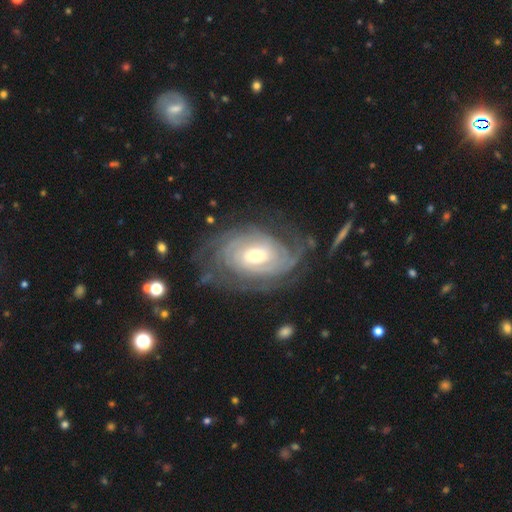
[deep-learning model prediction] Morphology: type=featured or disk (89%); edge-on=no (96%); bar=no (58%); spiral arms=yes (96%); winding=tight (76%); arm count=can't tell (35%); bulge=moderate (55%); merging=none (68%).